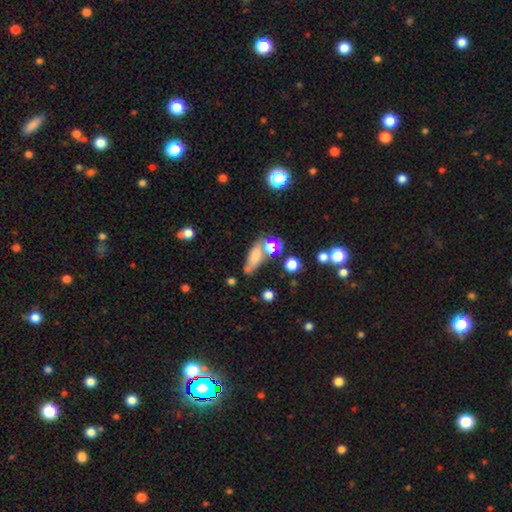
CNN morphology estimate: A smooth galaxy with no disk features (67%) that is in between round and cigar-shaped (61%). Merging: none (50%).